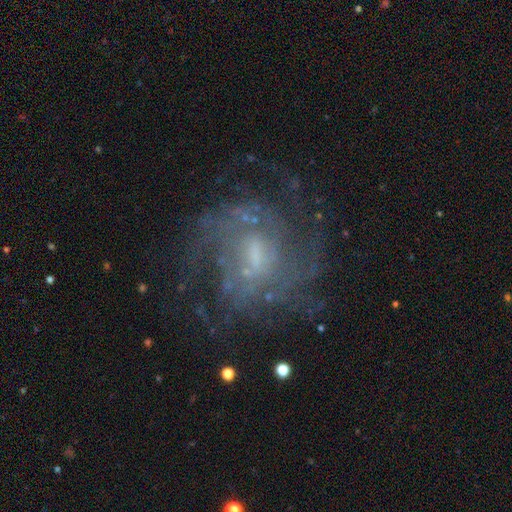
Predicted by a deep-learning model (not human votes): Morphology: type=featured or disk (82%); edge-on=no (97%); bar=weak (56%); spiral arms=yes (90%); winding=medium (43%); arm count=can't tell (39%); bulge=small (40%); merging=none (65%).